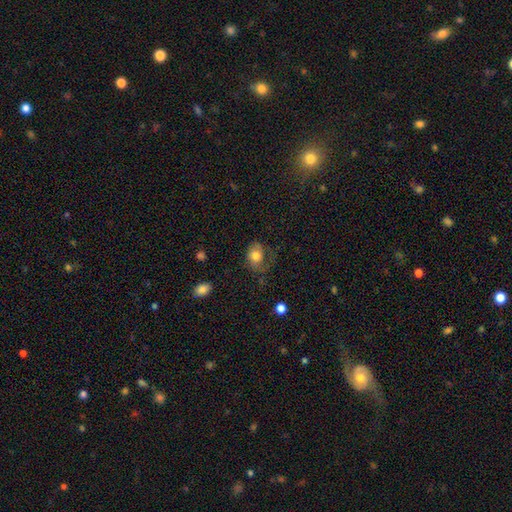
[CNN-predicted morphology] A smooth galaxy with no disk features (61%) that is in between round and cigar-shaped (54%). Merging: none (38%).